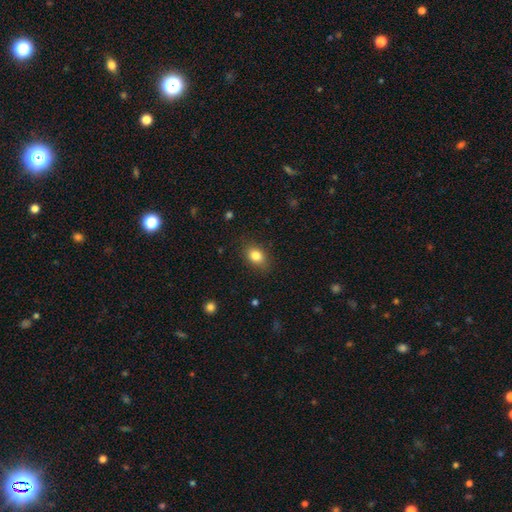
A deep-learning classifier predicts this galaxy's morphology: smooth 83%, star or artifact 9%, featured or disk 8%. Down the decision tree: how rounded — in between (68%); merging — none (84%).